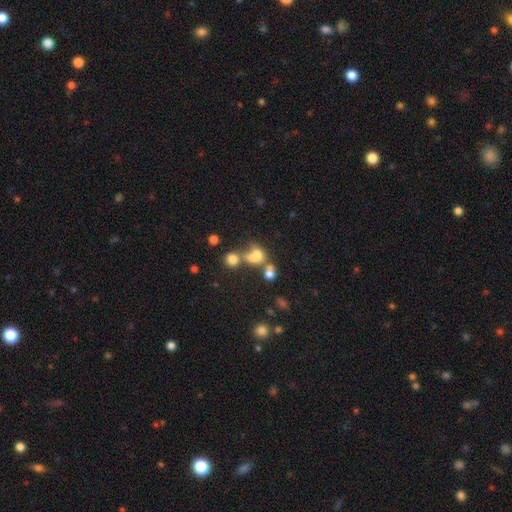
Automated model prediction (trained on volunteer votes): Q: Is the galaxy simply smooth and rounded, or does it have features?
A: smooth — 65%.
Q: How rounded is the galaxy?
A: in between — 49%.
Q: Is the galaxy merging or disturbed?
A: merger — 52%.